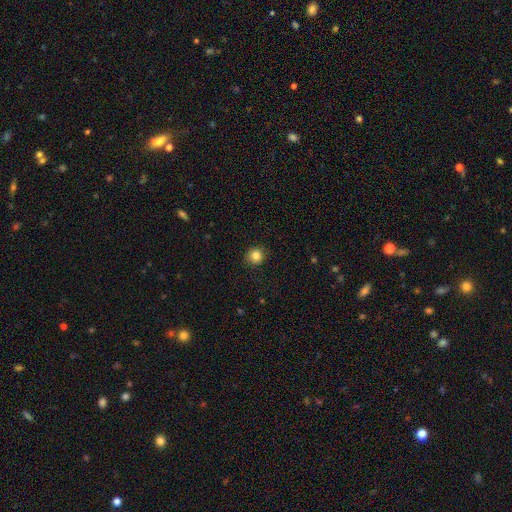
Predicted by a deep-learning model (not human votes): smooth 83%, star or artifact 11%, featured or disk 5%. Down the decision tree: how rounded — round (92%); merging — none (91%).